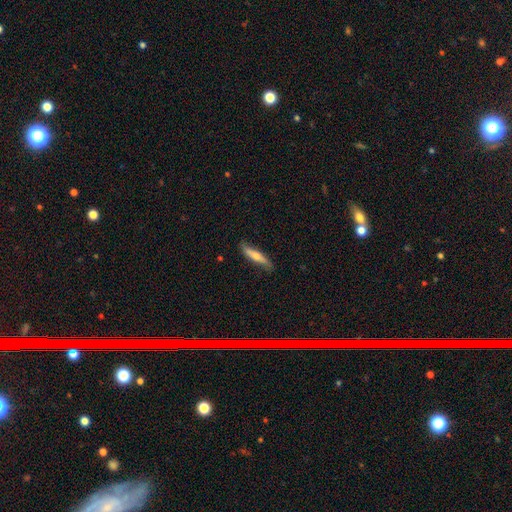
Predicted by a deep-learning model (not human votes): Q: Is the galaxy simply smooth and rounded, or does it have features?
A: smooth — 49%.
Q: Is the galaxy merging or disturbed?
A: none — 77%.